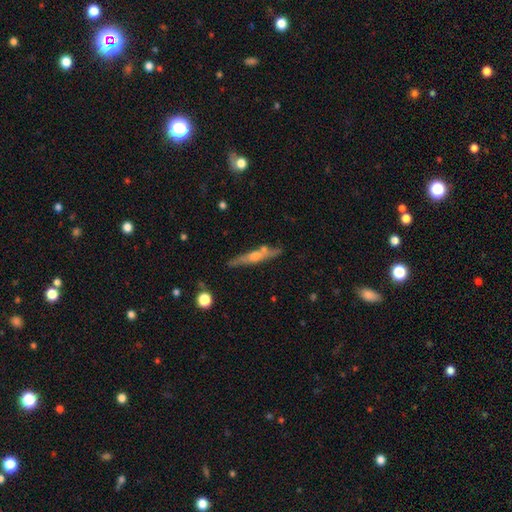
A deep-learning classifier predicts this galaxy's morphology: Q: Smooth or featured?
A: featured or disk (66%); runner-up: smooth (27%)
Q: Edge-on disk?
A: yes (93%); runner-up: no (7%)
Q: Edge-on bulge?
A: rounded (82%); runner-up: none (12%)
Q: Merging?
A: none (77%); runner-up: minor disturbance (14%)